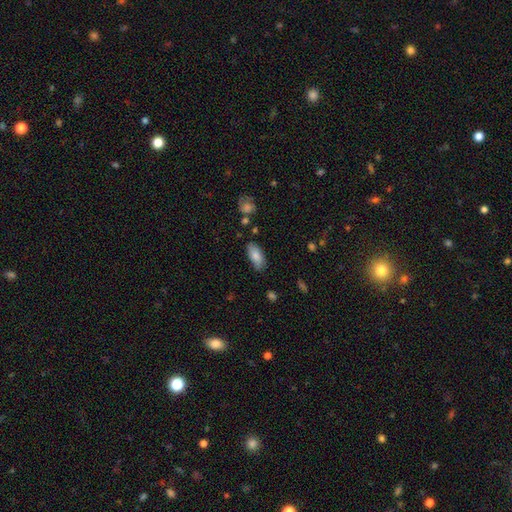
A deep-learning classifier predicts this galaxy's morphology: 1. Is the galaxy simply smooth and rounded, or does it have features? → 81% smooth, 12% featured or disk, 7% star or artifact.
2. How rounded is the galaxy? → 89% in between, 9% cigar-shaped, 2% round.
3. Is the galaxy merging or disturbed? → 76% none, 18% minor disturbance, 3% major disturbance, 2% merger.